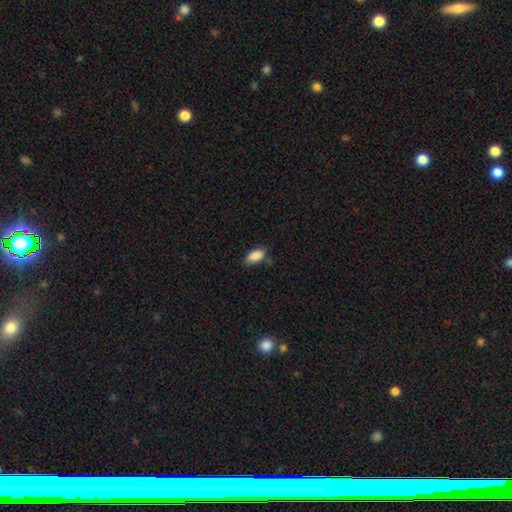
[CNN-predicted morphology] type=smooth (87%); roundness=in between (92%); merging=none (69%).